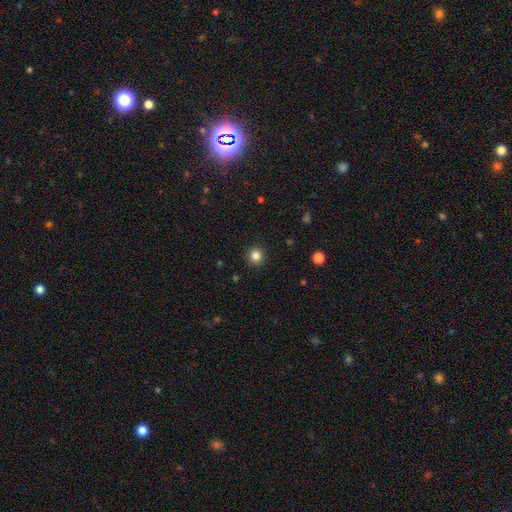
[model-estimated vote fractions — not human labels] Overall: smooth (83%). How rounded: round (94%). Merging: none (92%).